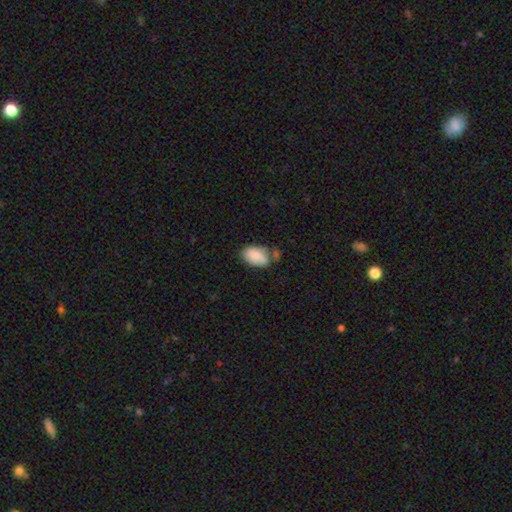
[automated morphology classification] Q: Smooth or featured?
A: smooth (80%); runner-up: featured or disk (13%)
Q: How rounded?
A: in between (91%); runner-up: round (8%)
Q: Merging?
A: none (49%); runner-up: minor disturbance (28%)